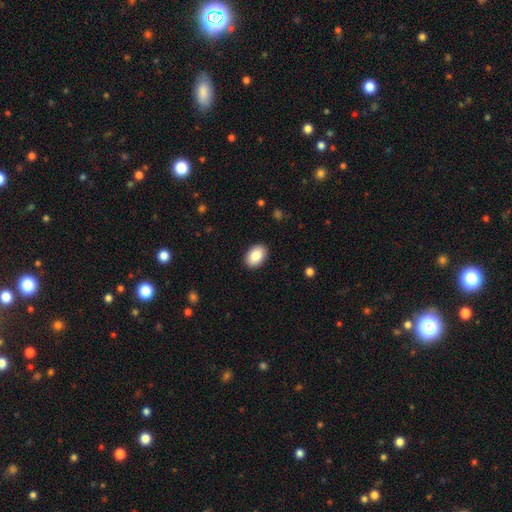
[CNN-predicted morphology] smooth_or_featured: smooth (p=0.87) [alt: star or artifact p=0.07]
how_rounded: in between (p=0.86) [alt: round p=0.13]
merging: none (p=0.90) [alt: minor disturbance p=0.07]